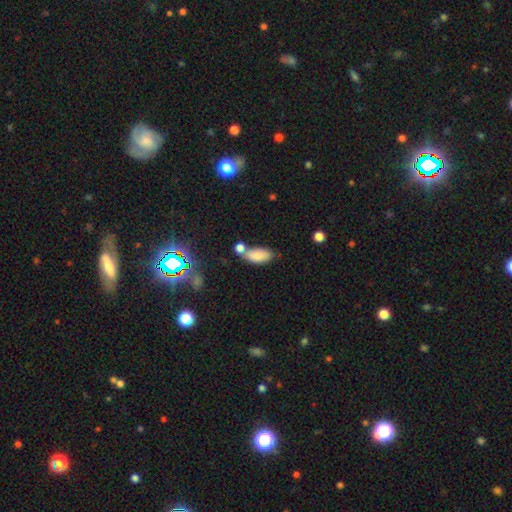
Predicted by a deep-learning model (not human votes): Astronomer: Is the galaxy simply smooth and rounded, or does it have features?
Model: smooth — 81%.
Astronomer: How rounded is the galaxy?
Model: in between — 90%.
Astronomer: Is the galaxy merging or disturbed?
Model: none — 47% (runner-up: merger, 30%).